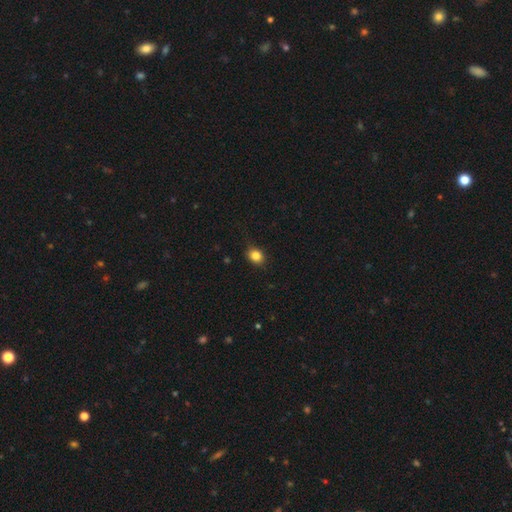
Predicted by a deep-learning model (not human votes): Smooth or featured? Predicted: smooth (p=0.84). How rounded? Predicted: round (p=0.55). Merging? Predicted: none (p=0.85).